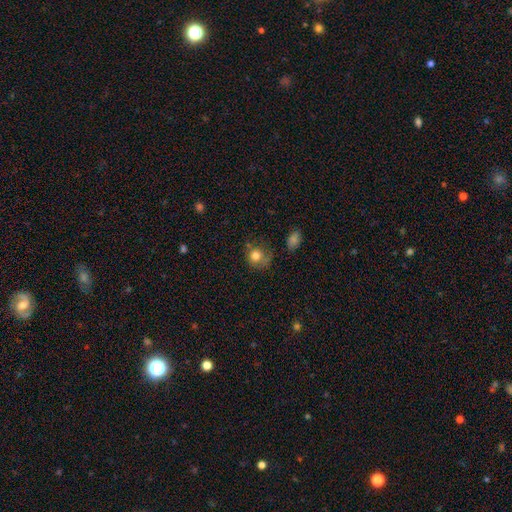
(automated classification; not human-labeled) Smooth or featured? smooth (78%)
How rounded? round (79%)
Merging? none (50%)